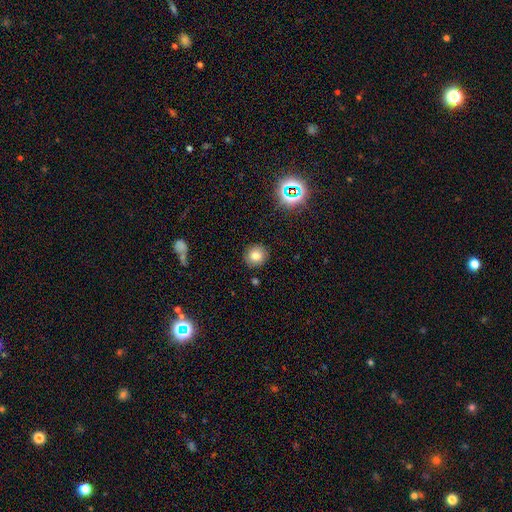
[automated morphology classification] smooth-or-featured: smooth: 76% | star or artifact: 14% | featured or disk: 10%
  how-rounded: round: 89% | in between: 10% | cigar-shaped: 1%
  merging: none: 88% | minor disturbance: 8% | major disturbance: 2% | merger: 2%